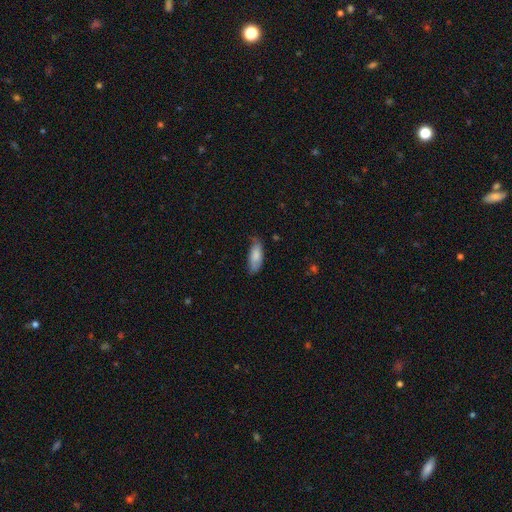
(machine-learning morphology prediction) Smooth or featured? smooth (82%)
How rounded? in between (76%)
Merging? none (60%)